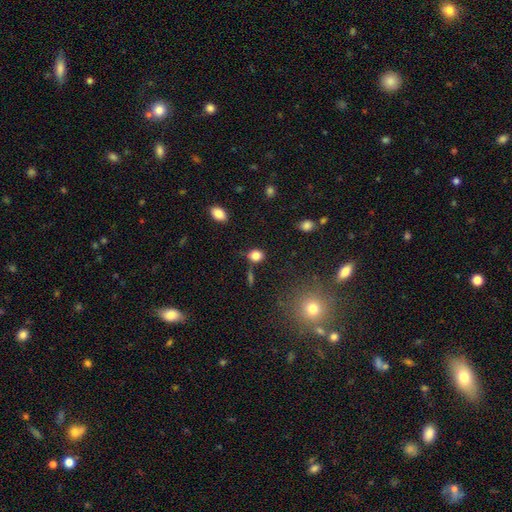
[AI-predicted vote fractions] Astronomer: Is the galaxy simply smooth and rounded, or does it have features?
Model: smooth — 83%.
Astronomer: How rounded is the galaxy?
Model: round — 63%.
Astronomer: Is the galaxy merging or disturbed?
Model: none — 67%.